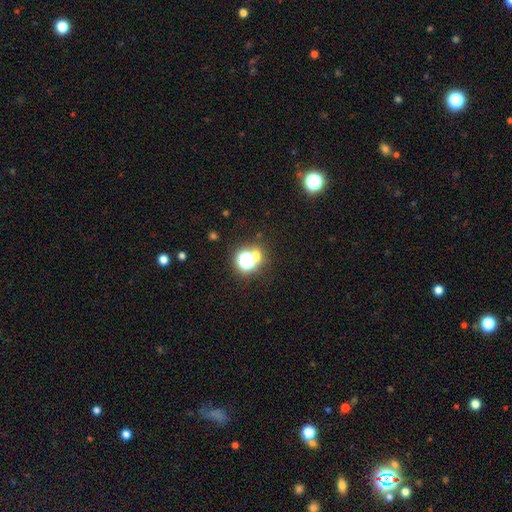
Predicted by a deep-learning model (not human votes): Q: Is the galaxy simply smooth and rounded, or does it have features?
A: star or artifact — 51%.